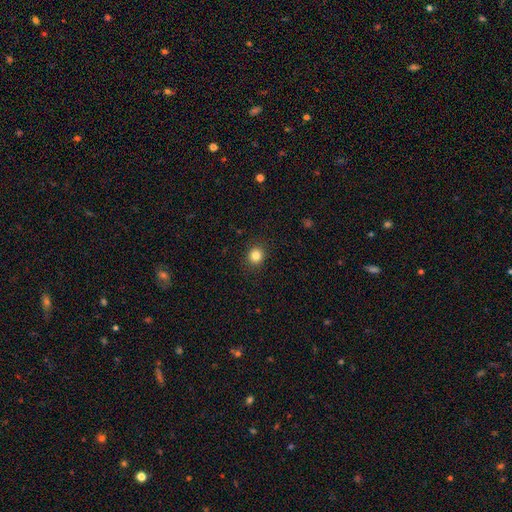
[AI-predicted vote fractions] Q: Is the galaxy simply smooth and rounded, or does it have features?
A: smooth — 83%.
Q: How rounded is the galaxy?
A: round — 81%.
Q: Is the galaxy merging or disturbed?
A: none — 91%.